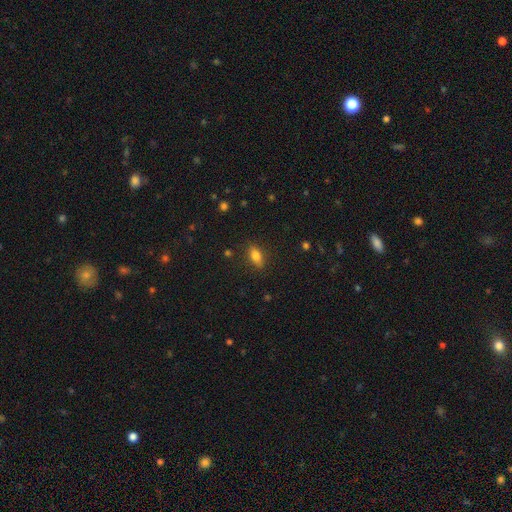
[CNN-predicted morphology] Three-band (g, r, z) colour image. It shows a smooth galaxy with no disk features (78%) that is in between round and cigar-shaped (81%). Merging: none (84%).